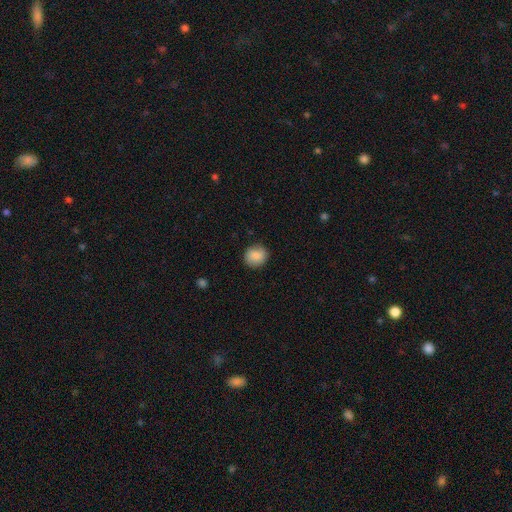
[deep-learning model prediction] Smooth or featured? smooth (85%)
How rounded? round (83%)
Merging? none (85%)